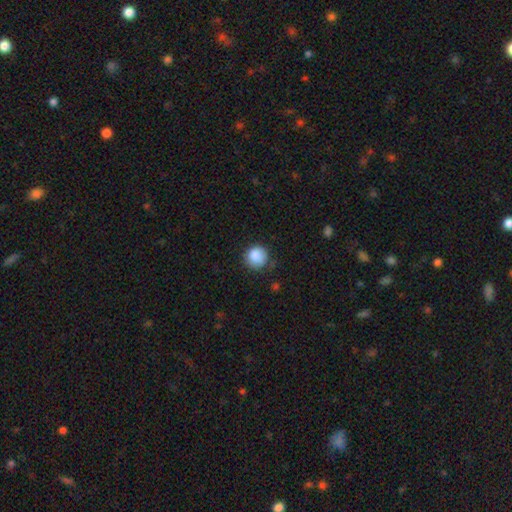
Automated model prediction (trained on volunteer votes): Q: Smooth or featured?
A: smooth (87%); runner-up: star or artifact (9%)
Q: How rounded?
A: round (92%); runner-up: in between (7%)
Q: Merging?
A: none (78%); runner-up: minor disturbance (17%)